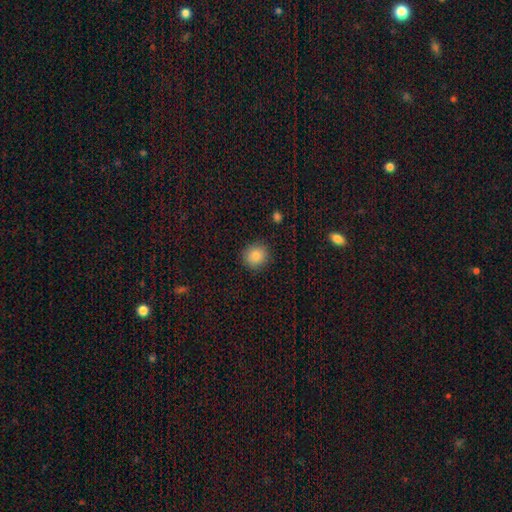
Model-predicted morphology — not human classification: The model was most divided on "how rounded": round: 83%, in between: 16%, cigar-shaped: 1%. More confident: merging — none (89%); smooth or featured — smooth (86%).